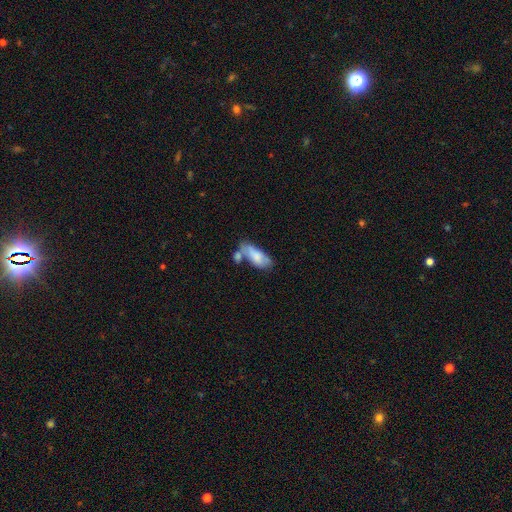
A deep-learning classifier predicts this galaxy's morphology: This appears to be a smooth galaxy with no disk features (76%) that is in between round and cigar-shaped (80%). Merging: none (36%).